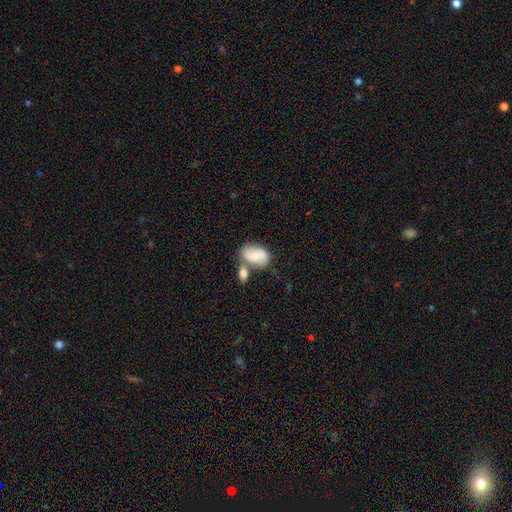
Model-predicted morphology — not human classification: Smooth or featured?
  - smooth: 61% *
  - featured or disk: 32%
  - star or artifact: 7%
How rounded?
  - in between: 87% *
  - round: 11%
  - cigar-shaped: 2%
Merging?
  - none: 40% *
  - merger: 39%
  - minor disturbance: 15%
  - major disturbance: 5%